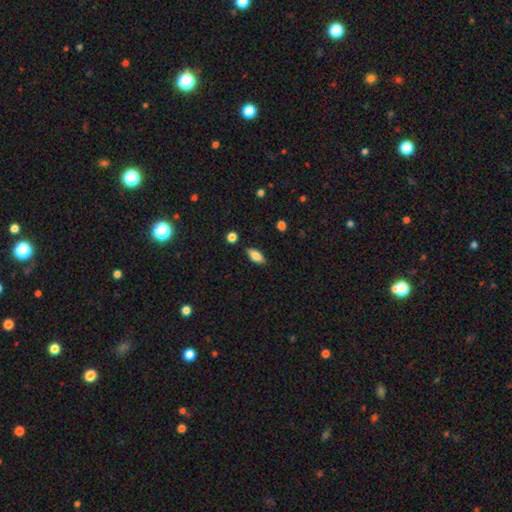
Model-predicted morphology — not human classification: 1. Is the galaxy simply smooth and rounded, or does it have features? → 76% smooth, 16% featured or disk, 8% star or artifact.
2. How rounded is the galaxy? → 80% in between, 17% cigar-shaped, 3% round.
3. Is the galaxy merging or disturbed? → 84% none, 11% minor disturbance, 2% major disturbance, 2% merger.